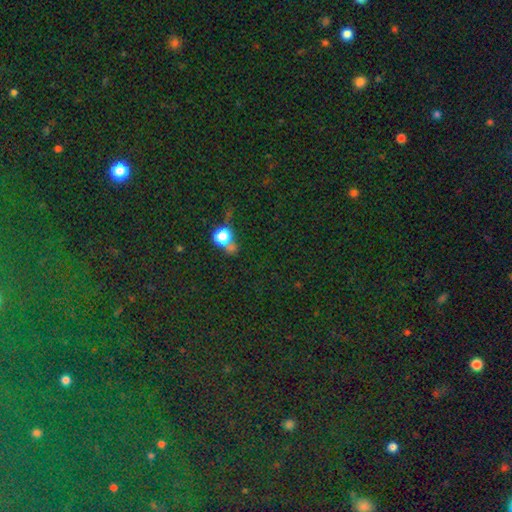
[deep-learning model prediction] smooth-or-featured: star or artifact: 71% | smooth: 19% | featured or disk: 10%